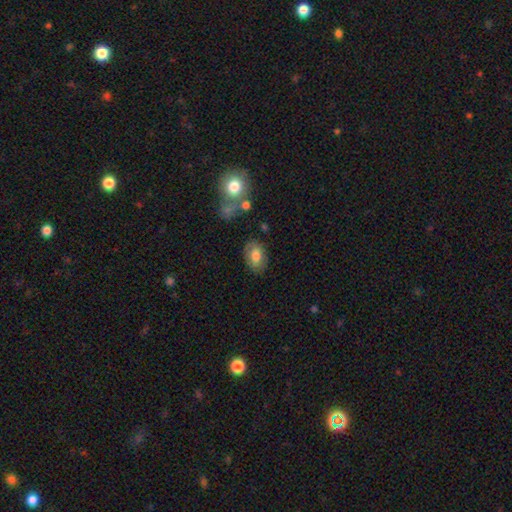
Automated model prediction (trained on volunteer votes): smooth-or-featured: smooth: 74% | featured or disk: 19% | star or artifact: 7%
  how-rounded: in between: 86% | round: 12% | cigar-shaped: 1%
  merging: none: 78% | minor disturbance: 15% | major disturbance: 4% | merger: 3%